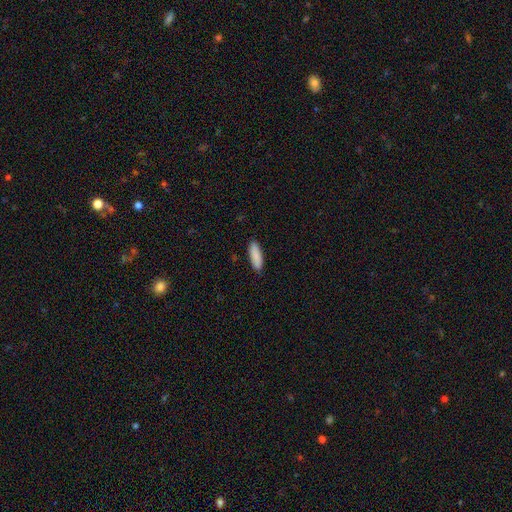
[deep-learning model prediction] Smooth or featured? Predicted: smooth (p=0.90). How rounded? Predicted: in between (p=0.53). Merging? Predicted: none (p=0.90).